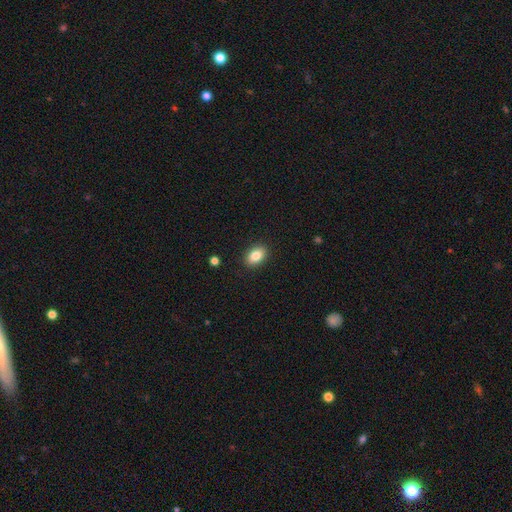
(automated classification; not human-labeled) Overall: smooth (83%). How rounded: in between (84%). Merging: none (89%).